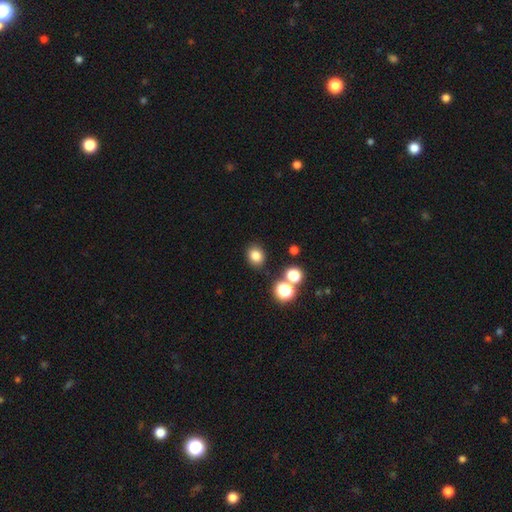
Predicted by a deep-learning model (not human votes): Morphology: type=smooth (81%); roundness=round (59%); merging=none (84%).